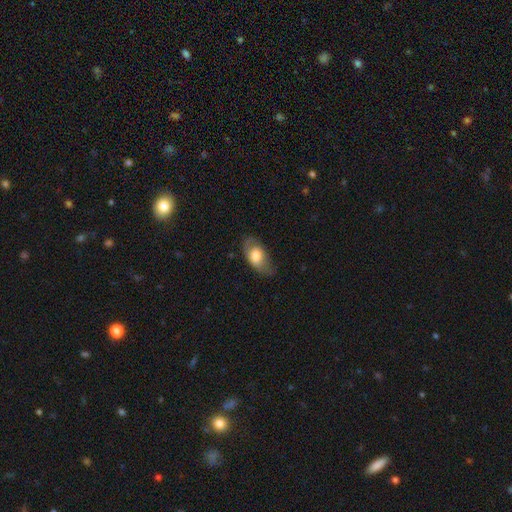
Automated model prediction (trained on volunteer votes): This appears to be a smooth galaxy with no disk features (67%) that is in between round and cigar-shaped (90%). Merging: none (61%).